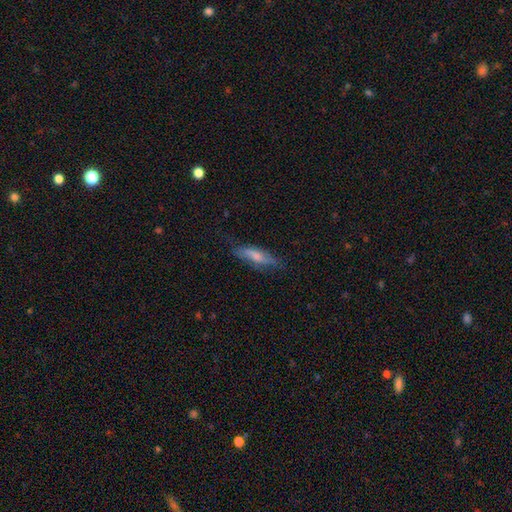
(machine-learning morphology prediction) smooth 59%, featured or disk 34%, star or artifact 7%. Down the decision tree: how rounded — cigar-shaped (59%); merging — none (68%).